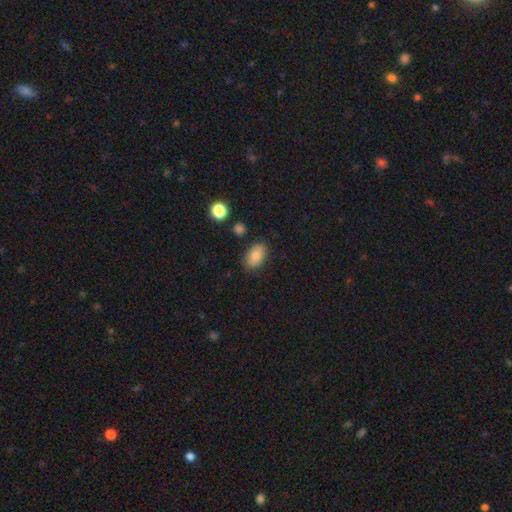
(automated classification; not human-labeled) A smooth galaxy with no disk features (83%) that is in between round and cigar-shaped (89%). Merging: none (83%).